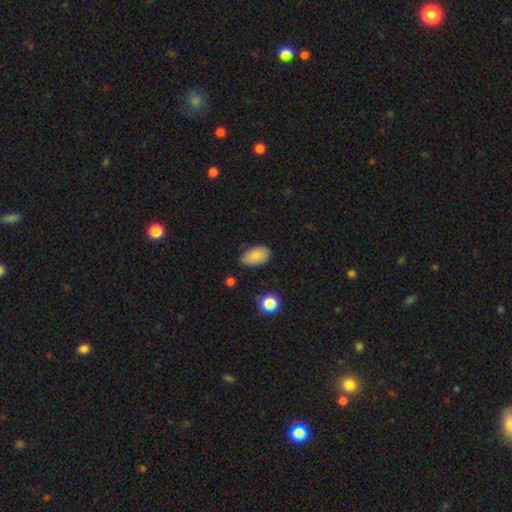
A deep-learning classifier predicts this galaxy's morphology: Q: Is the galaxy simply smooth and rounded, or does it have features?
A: smooth — 83%.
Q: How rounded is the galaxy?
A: in between — 92%.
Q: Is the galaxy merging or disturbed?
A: none — 77%.